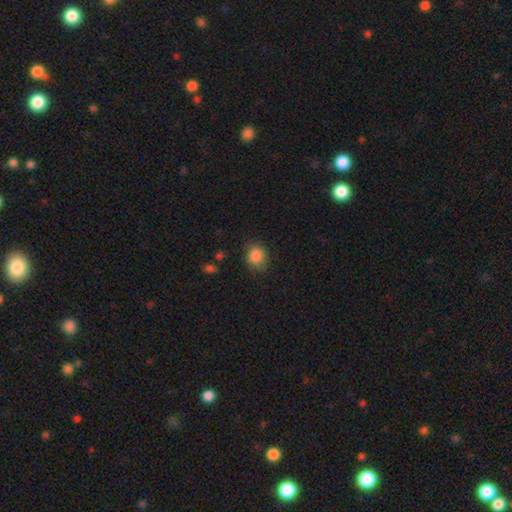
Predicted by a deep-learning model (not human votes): Morphology: type=smooth (86%); roundness=round (66%); merging=none (77%).